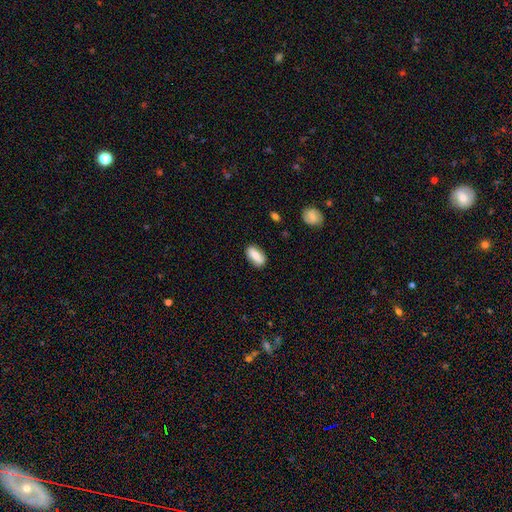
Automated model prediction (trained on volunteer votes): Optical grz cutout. It shows a smooth galaxy with no disk features (76%) that is in between round and cigar-shaped (81%). Merging: none (86%).